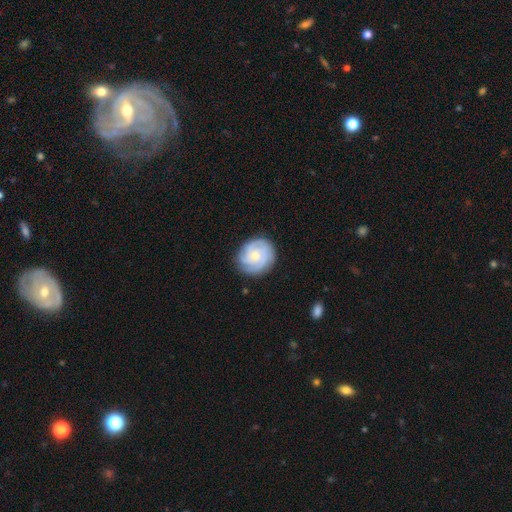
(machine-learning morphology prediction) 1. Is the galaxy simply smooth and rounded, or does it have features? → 80% featured or disk, 15% smooth, 5% star or artifact.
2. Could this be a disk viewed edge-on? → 98% no, 2% yes.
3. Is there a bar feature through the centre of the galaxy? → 75% no, 21% weak, 3% strong.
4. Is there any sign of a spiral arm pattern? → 97% yes, 3% no.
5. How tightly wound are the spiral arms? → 70% tight, 25% medium, 5% loose.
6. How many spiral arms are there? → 39% 3, 19% can't tell, 19% 4, 12% 2, 6% more than 4, 6% 1.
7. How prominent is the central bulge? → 55% small, 41% moderate, 2% none, 2% large, 1% dominant.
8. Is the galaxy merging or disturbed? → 82% none, 13% minor disturbance, 3% major disturbance, 1% merger.